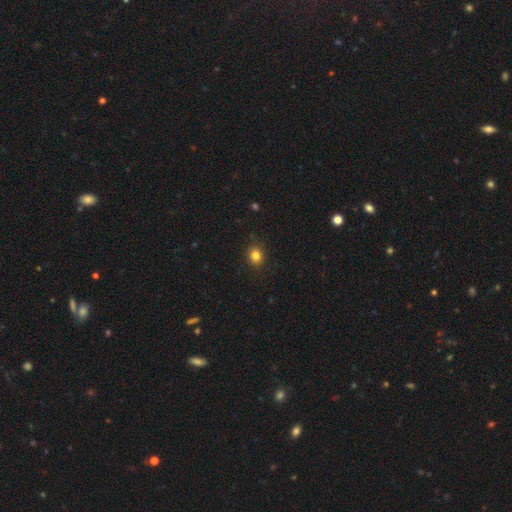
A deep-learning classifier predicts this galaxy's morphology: This is clearly a smooth galaxy (83%). How rounded: likely round (72%). Merging: clearly none (90%).